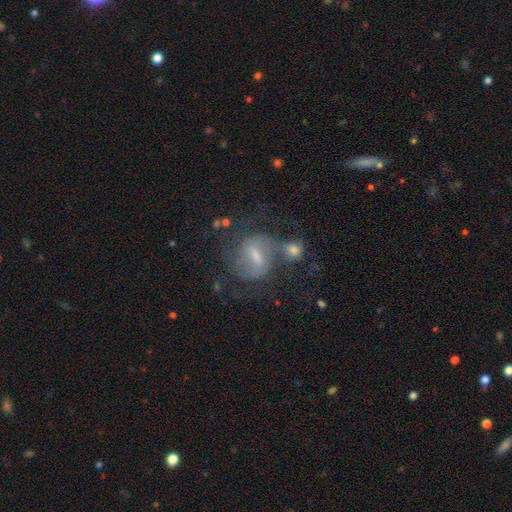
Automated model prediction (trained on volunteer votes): The model was most divided on "bar": weak: 47%, strong: 40%, no: 13%. Remaining: edge-on disk — no (95%); spiral arms — yes (78%); smooth or featured — featured or disk (67%); spiral arm count — 2 (64%); bulge size — small (49%); spiral winding — medium (47%); merging — none (40%).